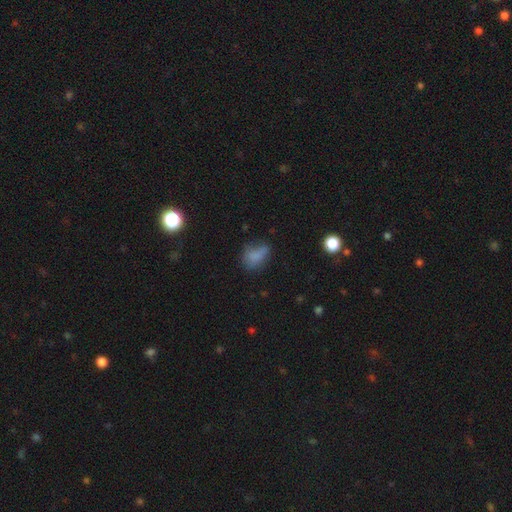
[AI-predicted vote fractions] Morphology: type=smooth (70%); roundness=in between (77%); merging=none (44%).